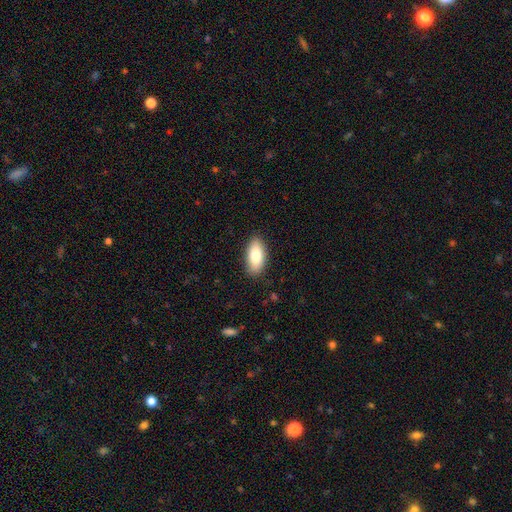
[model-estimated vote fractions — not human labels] smooth_or_featured: smooth (p=0.85) [alt: featured or disk p=0.09]
how_rounded: in between (p=0.90) [alt: cigar-shaped p=0.08]
merging: none (p=0.87) [alt: minor disturbance p=0.10]